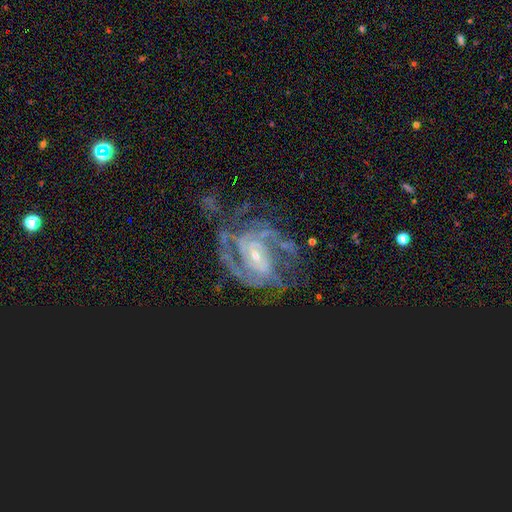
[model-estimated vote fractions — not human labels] Smooth or featured: featured or disk — 87% (star or artifact — 8%)
Edge-on disk: no — 97% (yes — 3%)
Bar: weak — 39% (tied with no — 39%)
Spiral arms: yes — 96% (no — 4%)
Spiral winding: tight — 49% (medium — 41%)
Spiral arm count: 2 — 35% (can't tell — 22%)
Bulge size: small — 73% (moderate — 21%)
Merging: none — 59% (major disturbance — 19%)